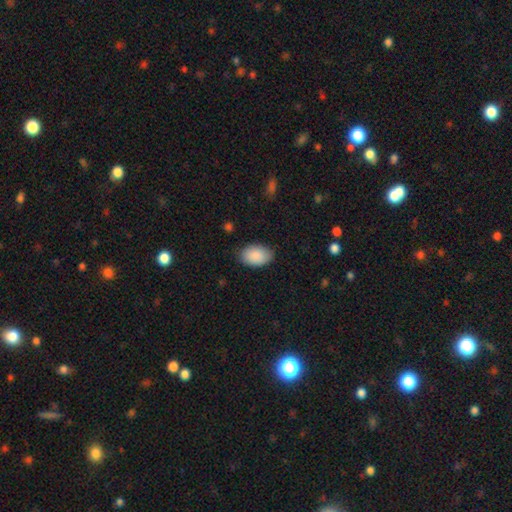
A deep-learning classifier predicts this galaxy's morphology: Smooth or featured: smooth — 90% (star or artifact — 6%)
How rounded: in between — 90% (round — 9%)
Merging: none — 83% (minor disturbance — 13%)